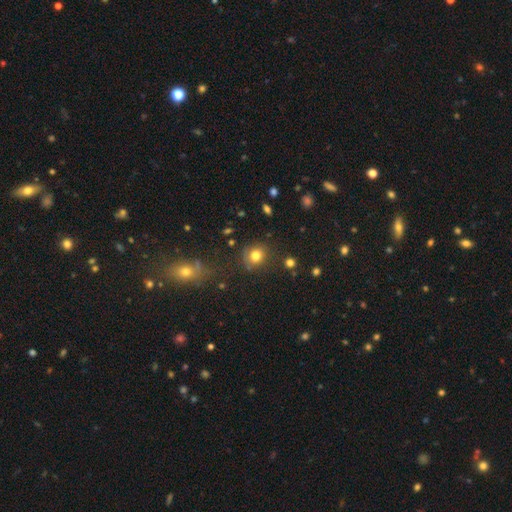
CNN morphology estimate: A smooth galaxy with no disk features (79%) that is round (79%). Merging: none (79%).